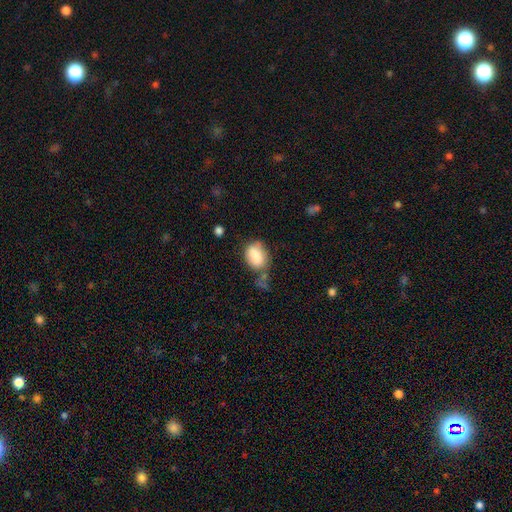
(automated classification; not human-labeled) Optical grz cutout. It shows a smooth galaxy with no disk features (83%) that is in between round and cigar-shaped (73%). Merging: none (49%).